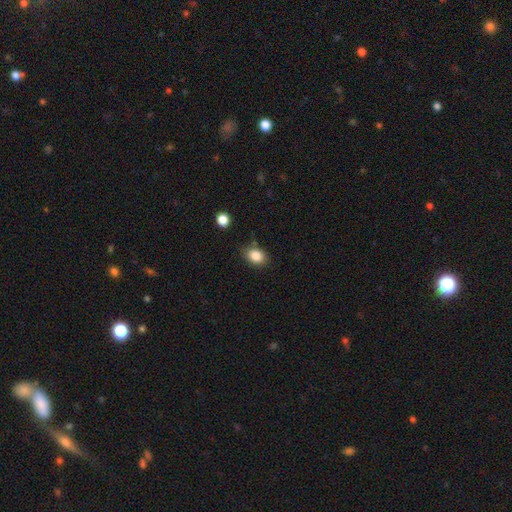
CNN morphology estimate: The model was most divided on "how rounded": in between: 67%, round: 32%, cigar-shaped: 1%. More confident: smooth or featured — smooth (85%); merging — none (78%).